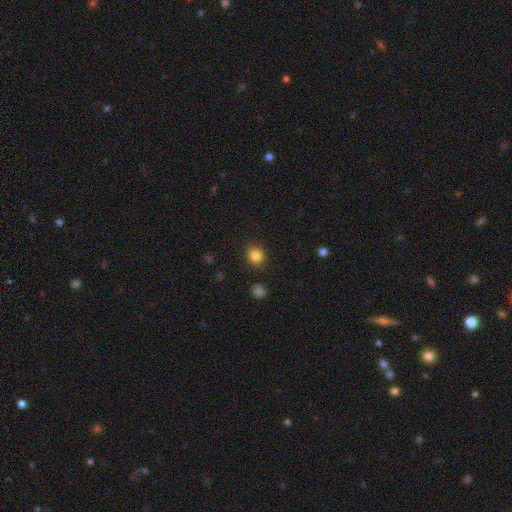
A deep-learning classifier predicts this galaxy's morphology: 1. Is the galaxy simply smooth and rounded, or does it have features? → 84% smooth, 11% star or artifact, 5% featured or disk.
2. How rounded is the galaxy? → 80% round, 19% in between, 1% cigar-shaped.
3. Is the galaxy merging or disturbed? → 88% none, 8% minor disturbance, 3% major disturbance, 2% merger.